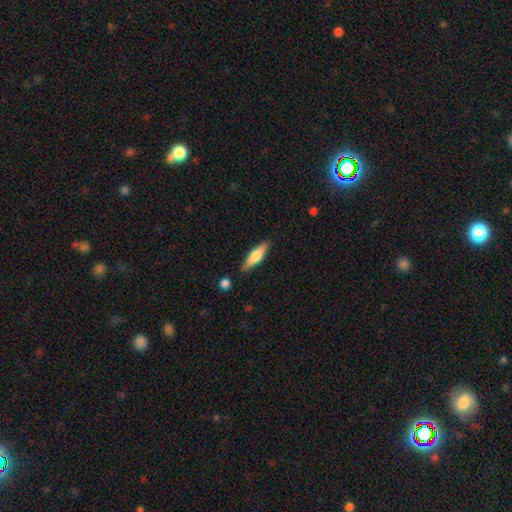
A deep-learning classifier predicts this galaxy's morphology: The model was most divided on "how rounded": cigar-shaped: 64%, in between: 35%, round: 2%. More confident: merging — none (85%); smooth or featured — smooth (63%).